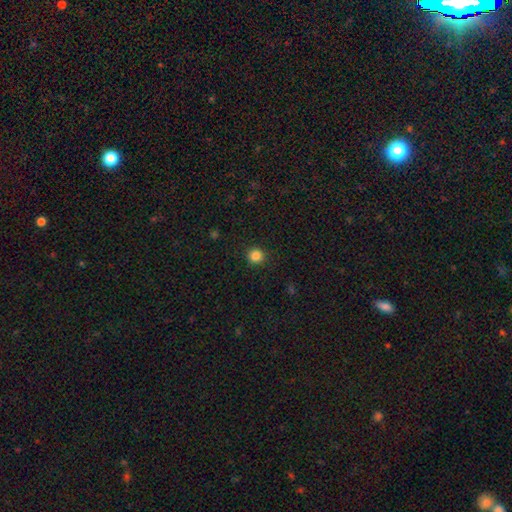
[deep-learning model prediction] The model was most divided on "smooth or featured": smooth: 85%, star or artifact: 12%, featured or disk: 3%. More confident: how rounded — round (92%); merging — none (91%).